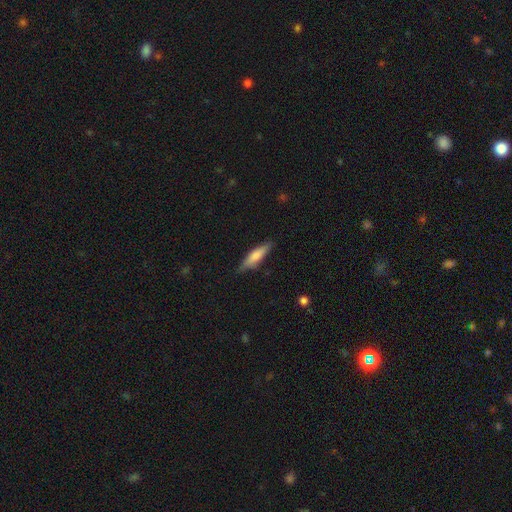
A smooth galaxy with no disk features (65%) that is cigar-shaped (85%). Merging: none (70%).